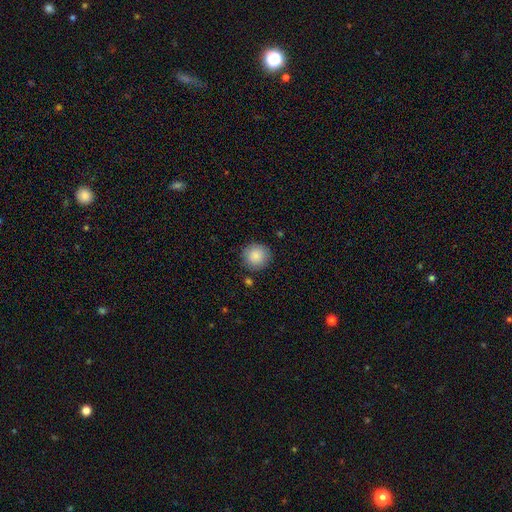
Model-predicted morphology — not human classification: smooth-or-featured: smooth: 88% | star or artifact: 8% | featured or disk: 5%
  how-rounded: round: 93% | in between: 6% | cigar-shaped: 1%
  merging: none: 87% | minor disturbance: 8% | major disturbance: 2% | merger: 2%